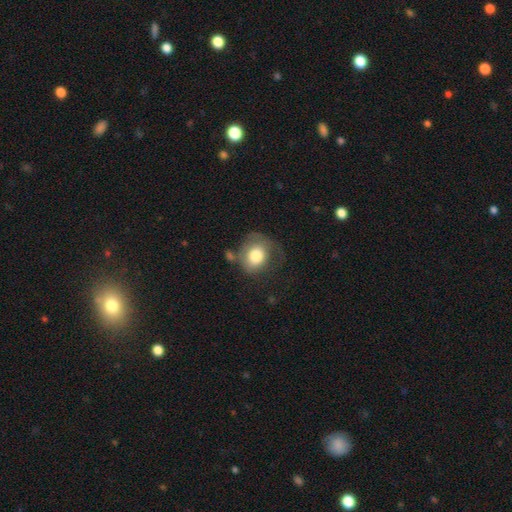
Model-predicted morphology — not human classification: Q: Smooth or featured?
A: smooth (72%); runner-up: featured or disk (21%)
Q: How rounded?
A: round (68%); runner-up: in between (31%)
Q: Merging?
A: none (39%); runner-up: minor disturbance (27%)